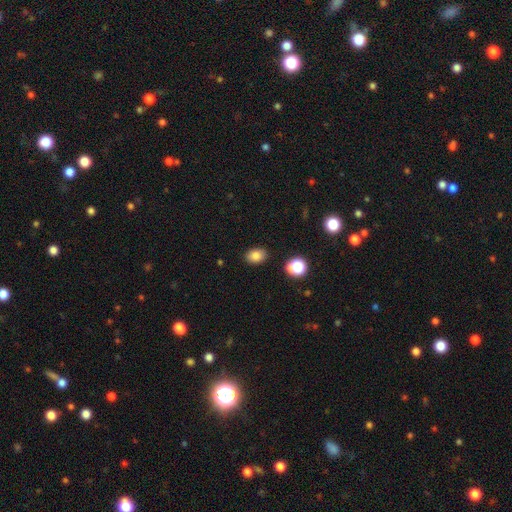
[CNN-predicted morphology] smooth-or-featured: smooth: 82% | star or artifact: 12% | featured or disk: 6%
  how-rounded: in between: 73% | round: 26% | cigar-shaped: 1%
  merging: none: 87% | minor disturbance: 9% | major disturbance: 2% | merger: 2%